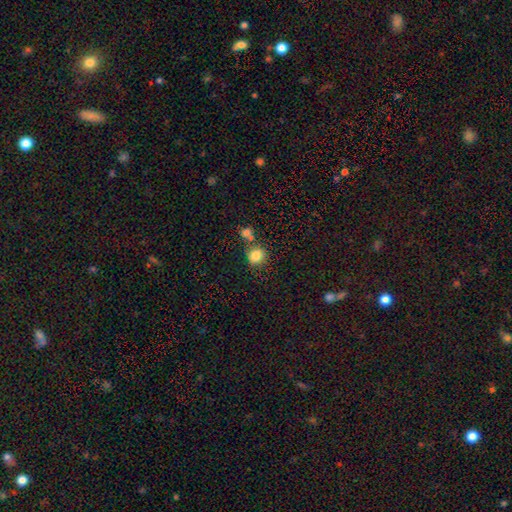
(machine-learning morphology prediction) This is clearly a smooth galaxy (82%). How rounded: likely round (79%). Merging: likely none (62%).